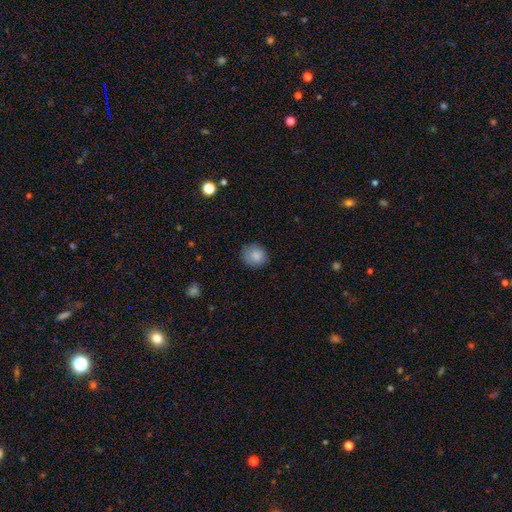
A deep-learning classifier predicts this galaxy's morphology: Smooth or featured?
  - smooth: 85% *
  - star or artifact: 9%
  - featured or disk: 6%
How rounded?
  - round: 74% *
  - in between: 25%
  - cigar-shaped: 1%
Merging?
  - none: 78% *
  - minor disturbance: 17%
  - major disturbance: 4%
  - merger: 1%